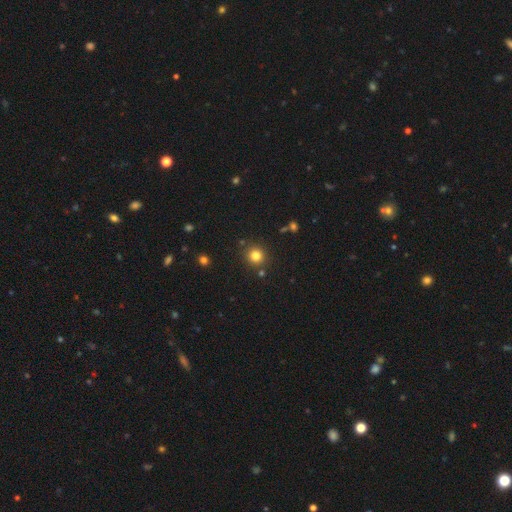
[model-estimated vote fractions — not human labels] This appears to be a smooth galaxy with no disk features (80%) that is round (92%). Merging: none (86%).